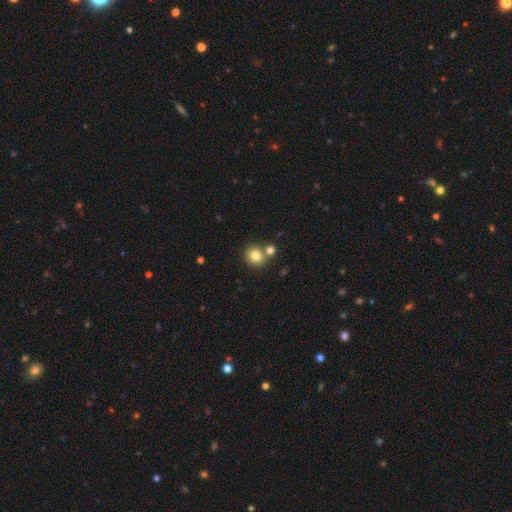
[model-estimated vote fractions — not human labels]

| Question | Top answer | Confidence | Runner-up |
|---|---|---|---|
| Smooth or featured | smooth | 80% | star or artifact (11%) |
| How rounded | round | 81% | in between (18%) |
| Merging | none | 67% | merger (22%) |